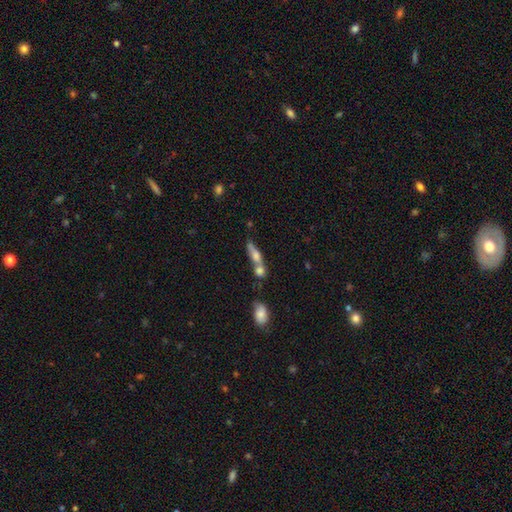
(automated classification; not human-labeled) smooth 52%, featured or disk 36%, star or artifact 12%. Down the decision tree: how rounded — cigar-shaped (53%); merging — merger (48%).